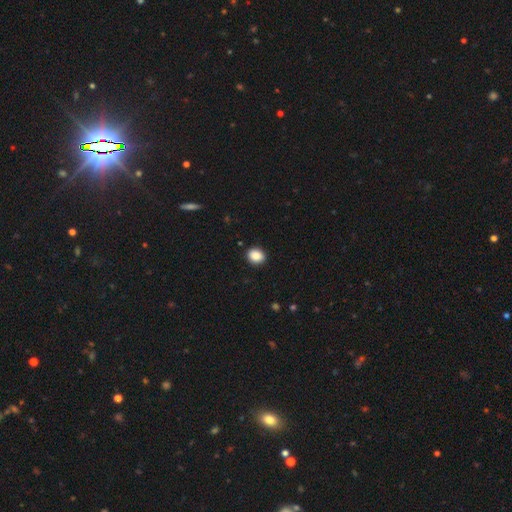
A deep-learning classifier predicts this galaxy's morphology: smooth_or_featured: smooth (p=0.88) [alt: star or artifact p=0.09]
how_rounded: in between (p=0.50) [alt: round p=0.49]
merging: none (p=0.90) [alt: minor disturbance p=0.07]